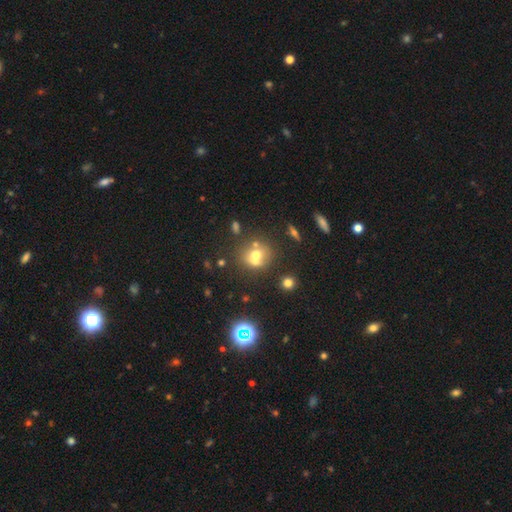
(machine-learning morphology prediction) The model was most divided on "merging": none: 43%, merger: 42%, minor disturbance: 10%, major disturbance: 5%. More confident: how rounded — round (78%); smooth or featured — smooth (56%).